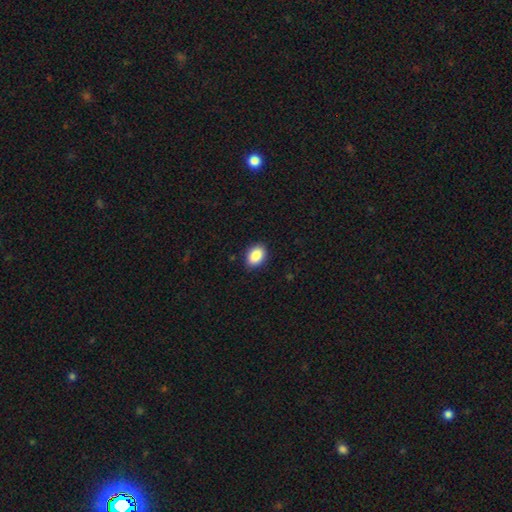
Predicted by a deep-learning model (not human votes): smooth-or-featured: smooth: 89% | star or artifact: 8% | featured or disk: 4%
  how-rounded: in between: 79% | round: 20% | cigar-shaped: 1%
  merging: none: 88% | minor disturbance: 9% | major disturbance: 2% | merger: 1%